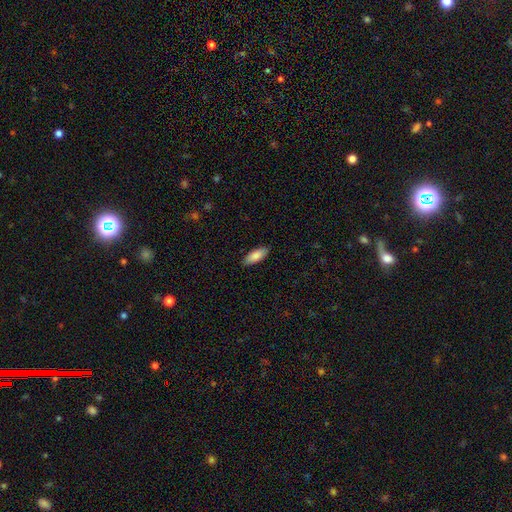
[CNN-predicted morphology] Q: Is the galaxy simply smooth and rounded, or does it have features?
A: smooth — 86%.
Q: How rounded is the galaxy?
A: in between — 78%.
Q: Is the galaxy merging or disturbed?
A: none — 88%.